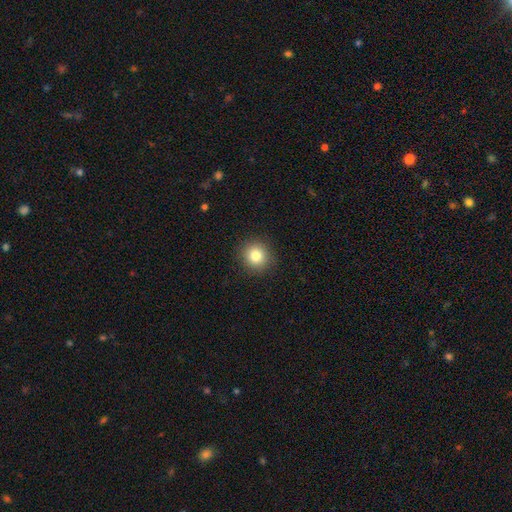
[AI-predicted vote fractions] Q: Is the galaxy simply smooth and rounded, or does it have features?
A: smooth — 82%.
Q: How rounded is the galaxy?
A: round — 90%.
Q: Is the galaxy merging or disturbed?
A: none — 91%.